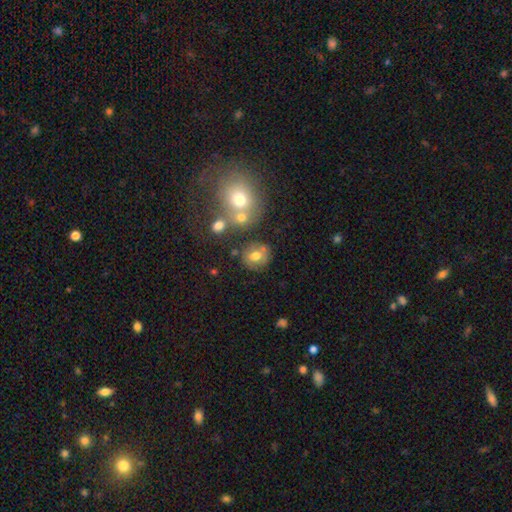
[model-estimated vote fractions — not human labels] The model was most divided on "smooth or featured": smooth: 69%, featured or disk: 19%, star or artifact: 13%. More confident: how rounded — round (80%); merging — none (69%).